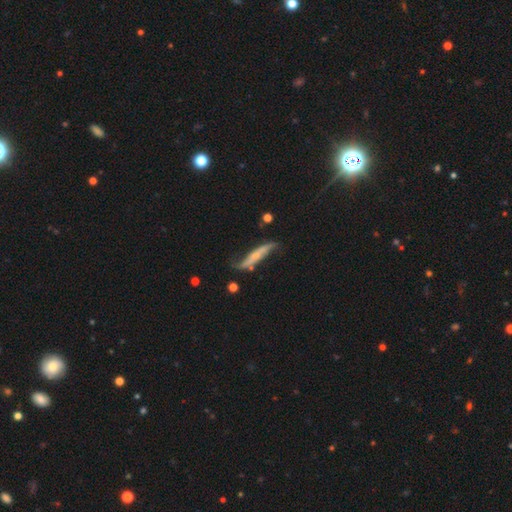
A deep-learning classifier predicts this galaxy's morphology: smooth-or-featured: featured or disk: 64% | smooth: 29% | star or artifact: 7%
  disk-edge-on: yes: 55% | no: 45%
  merging: none: 55% | minor disturbance: 28% | major disturbance: 11% | merger: 5%